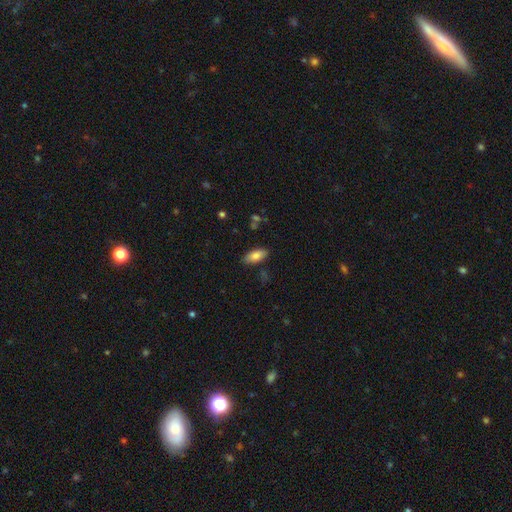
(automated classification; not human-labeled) A smooth galaxy with no disk features (82%) that is in between round and cigar-shaped (86%).

Vote fractions:
- Smooth or featured? smooth: 82% / featured or disk: 11% / star or artifact: 7%
- How rounded? in between: 86% / cigar-shaped: 12% / round: 2%
- Merging? none: 84% / minor disturbance: 11% / major disturbance: 2% / merger: 2%